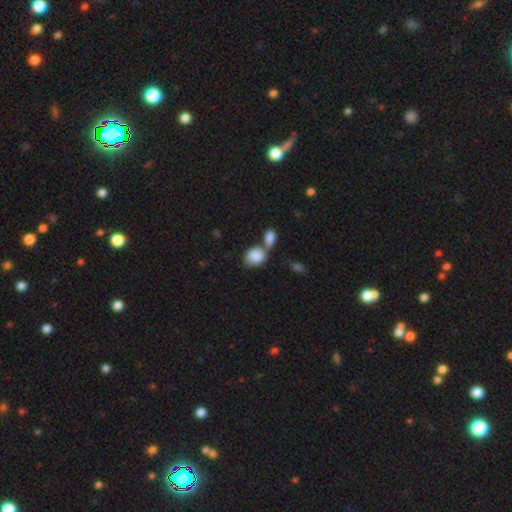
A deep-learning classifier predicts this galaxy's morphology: A smooth galaxy with no disk features (86%) that is in between round and cigar-shaped (54%). Merging: merger (56%).